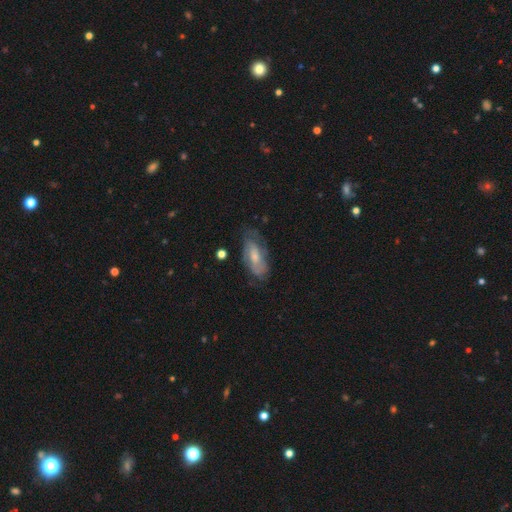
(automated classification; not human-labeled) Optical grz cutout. It shows a featured or disk galaxy (61%) with no bar (50%), spiral arms (79%) and a moderate central bulge (52%). Merging: none (70%).